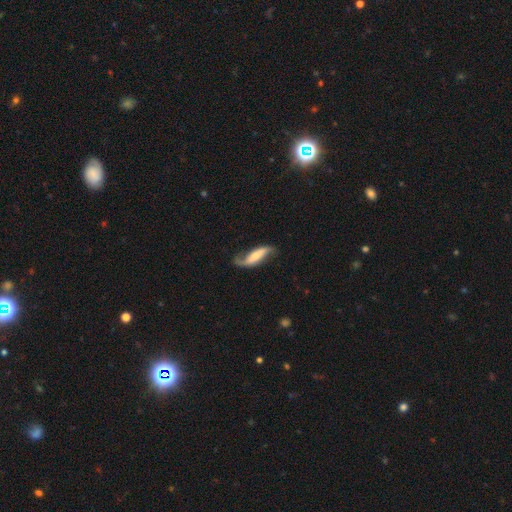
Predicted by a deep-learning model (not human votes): Smooth or featured: featured or disk — 66% (smooth — 28%)
Edge-on disk: no — 81% (yes — 19%)
Bar: no — 39% (strong — 32%)
Spiral arms: yes — 90% (no — 10%)
Bulge size: small — 43% (moderate — 36%)
Merging: none — 57% (minor disturbance — 26%)